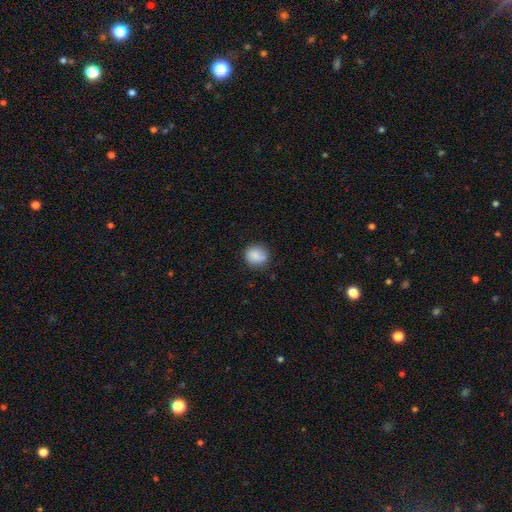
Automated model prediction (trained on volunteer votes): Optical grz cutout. It shows a smooth galaxy with no disk features (83%) that is round (80%). Merging: none (77%).